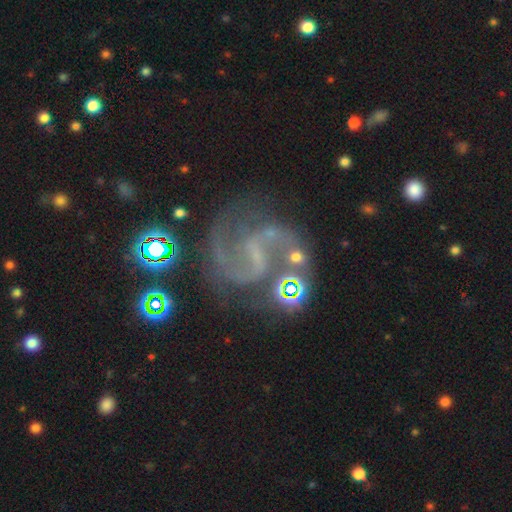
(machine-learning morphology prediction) This appears to be a featured or disk galaxy (86%) with a weak bar (47%), 2 (89%) medium (51%) spiral arms (96%) and no central bulge (46%). Merging: none (62%).